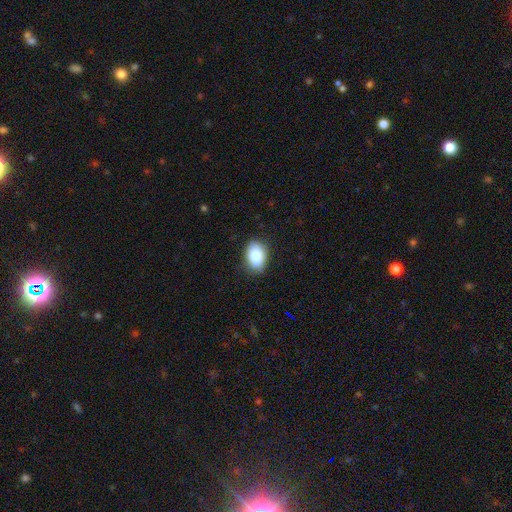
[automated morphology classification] This appears to be a smooth galaxy with no disk features (81%) that is in between round and cigar-shaped (82%). Merging: none (83%).